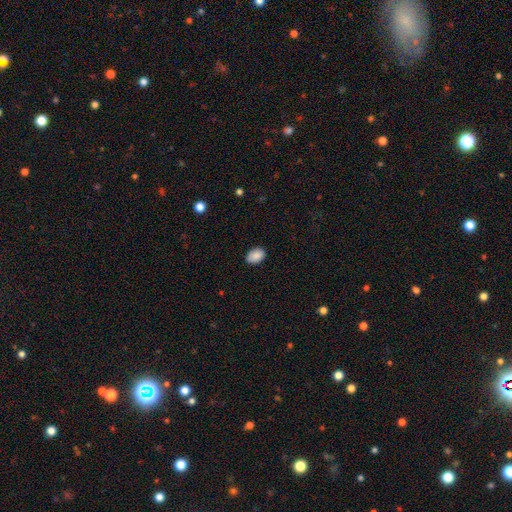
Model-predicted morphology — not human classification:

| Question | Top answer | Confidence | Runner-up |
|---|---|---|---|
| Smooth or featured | smooth | 88% | star or artifact (7%) |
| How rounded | in between | 84% | round (15%) |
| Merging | none | 87% | minor disturbance (10%) |